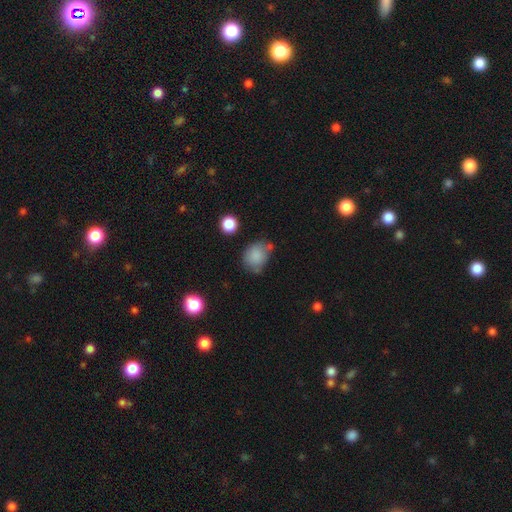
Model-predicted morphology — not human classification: Smooth or featured: smooth — 81% (star or artifact — 10%)
How rounded: round — 52% (in between — 47%)
Merging: none — 49% (minor disturbance — 31%)